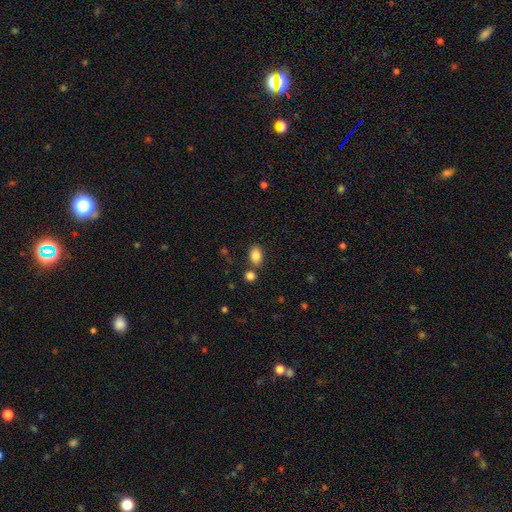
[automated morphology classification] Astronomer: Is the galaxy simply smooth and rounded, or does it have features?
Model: smooth — 85%.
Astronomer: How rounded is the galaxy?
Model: in between — 81%.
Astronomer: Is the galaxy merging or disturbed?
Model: none — 73%.